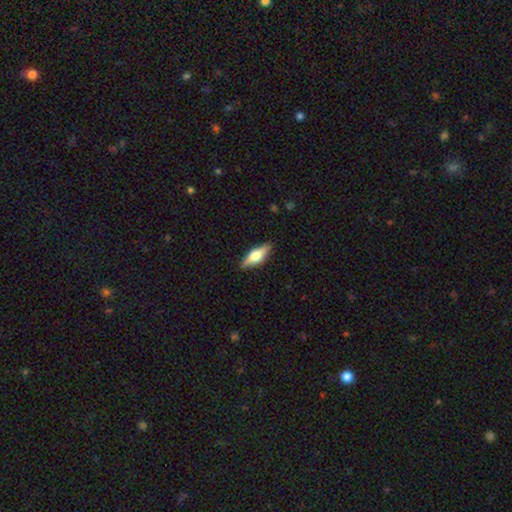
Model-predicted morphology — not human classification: Overall: smooth (50%; featured or disk 44%). Merging: none (87%).